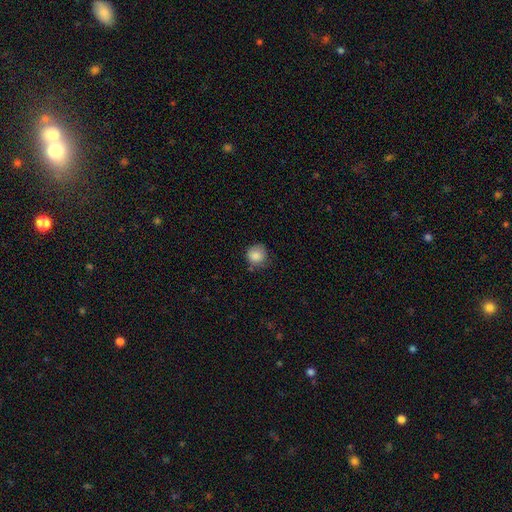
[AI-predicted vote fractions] Morphology: type=smooth (84%); roundness=round (90%); merging=none (67%).